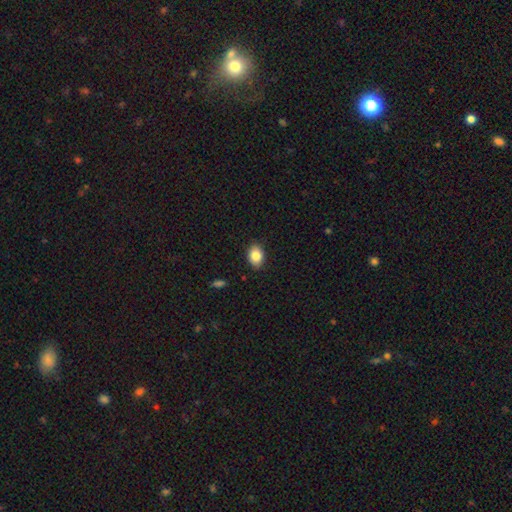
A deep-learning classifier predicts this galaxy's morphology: Smooth or featured? smooth (85%)
How rounded? in between (75%)
Merging? none (87%)